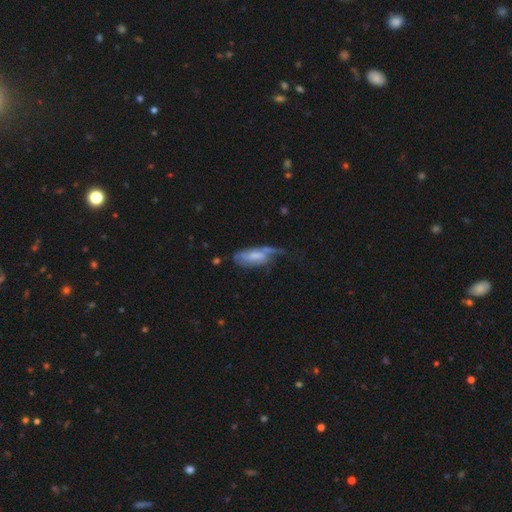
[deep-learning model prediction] smooth-or-featured: featured or disk: 55% | smooth: 38% | star or artifact: 8%
  disk-edge-on: no: 85% | yes: 15%
  merging: major disturbance: 36% | minor disturbance: 30% | none: 29% | merger: 5%